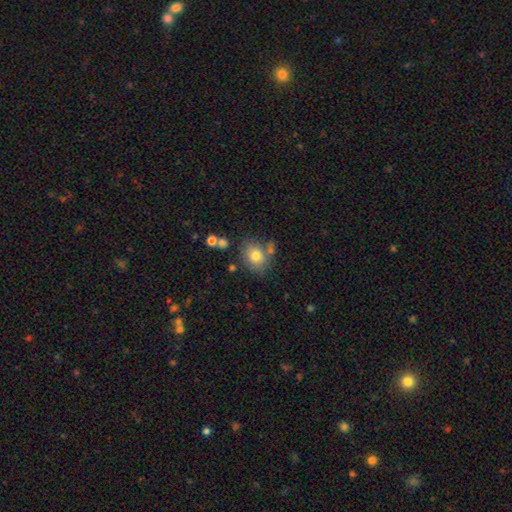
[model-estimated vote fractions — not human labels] This is likely a smooth galaxy (77%). How rounded: possibly round (54%). Merging: likely none (68%).